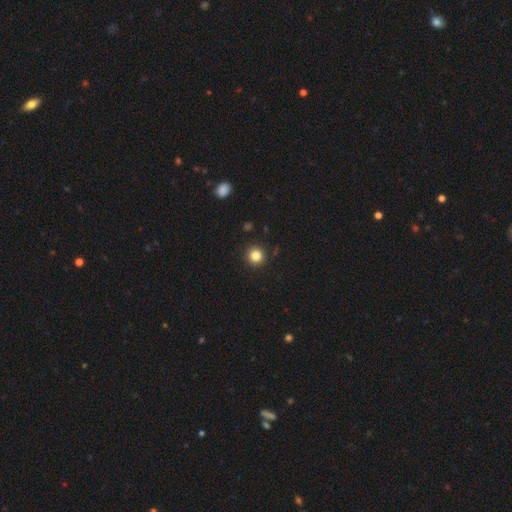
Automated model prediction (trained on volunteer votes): This is clearly a smooth galaxy (83%). How rounded: clearly round (95%). Merging: clearly none (92%).